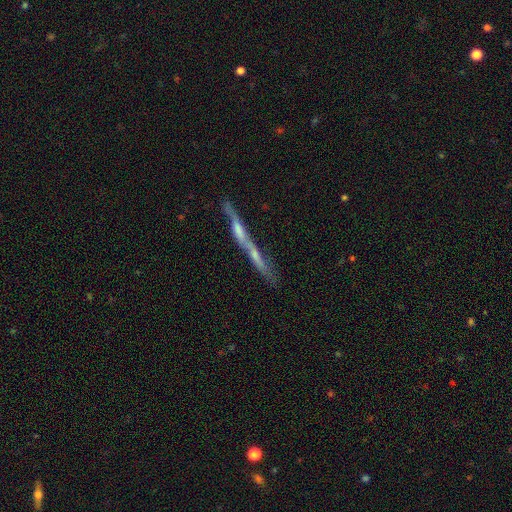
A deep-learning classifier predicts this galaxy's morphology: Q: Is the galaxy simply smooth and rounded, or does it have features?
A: featured or disk — 51%.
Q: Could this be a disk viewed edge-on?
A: yes — 72%.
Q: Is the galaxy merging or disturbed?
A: merger — 58%.